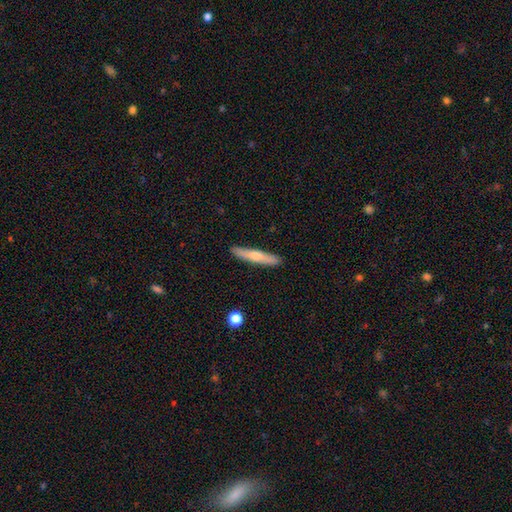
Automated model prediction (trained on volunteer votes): smooth_or_featured: smooth (p=0.47) [tied with: featured or disk p=0.47]
merging: none (p=0.91) [alt: minor disturbance p=0.07]